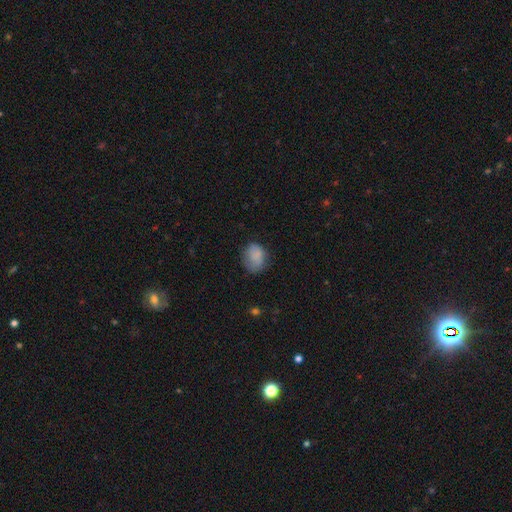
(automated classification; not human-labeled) Smooth or featured? smooth (82%)
How rounded? in between (53%)
Merging? none (62%)